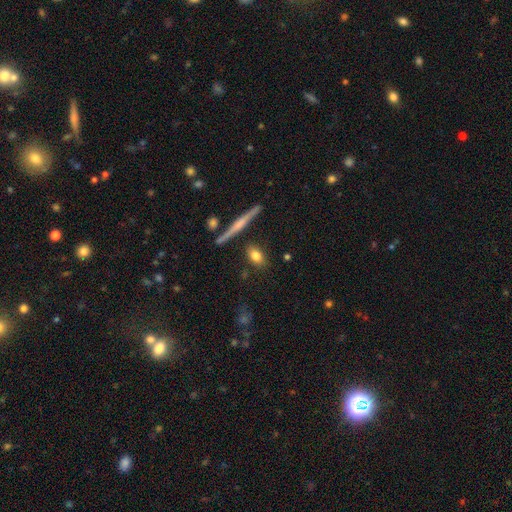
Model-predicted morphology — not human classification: smooth 77%, featured or disk 15%, star or artifact 8%. Down the decision tree: how rounded — in between (74%); merging — none (81%).